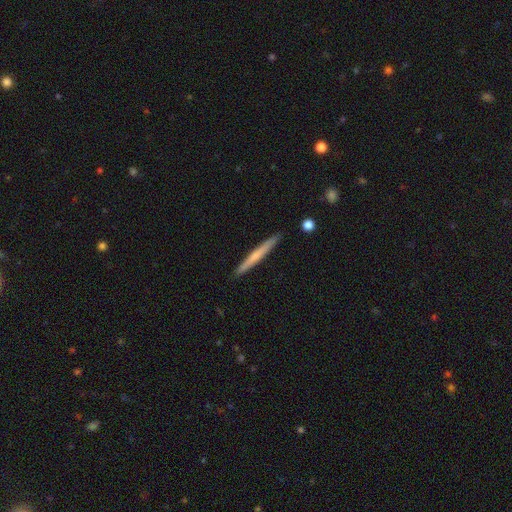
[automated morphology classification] Smooth or featured? smooth (53%)
How rounded? cigar-shaped (97%)
Merging? none (91%)